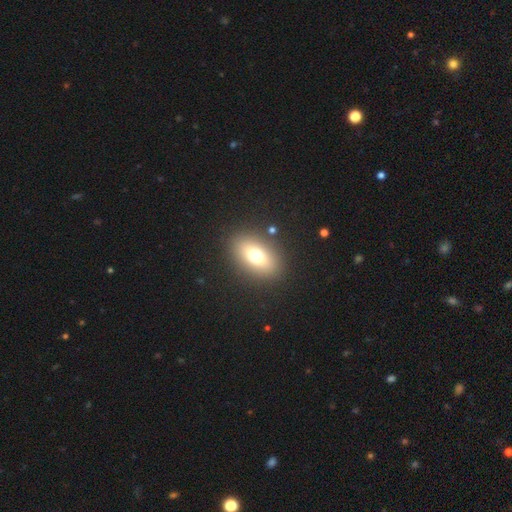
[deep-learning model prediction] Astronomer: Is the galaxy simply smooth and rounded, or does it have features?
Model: smooth — 69%.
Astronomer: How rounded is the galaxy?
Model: in between — 79%.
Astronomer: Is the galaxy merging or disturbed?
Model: none — 87%.